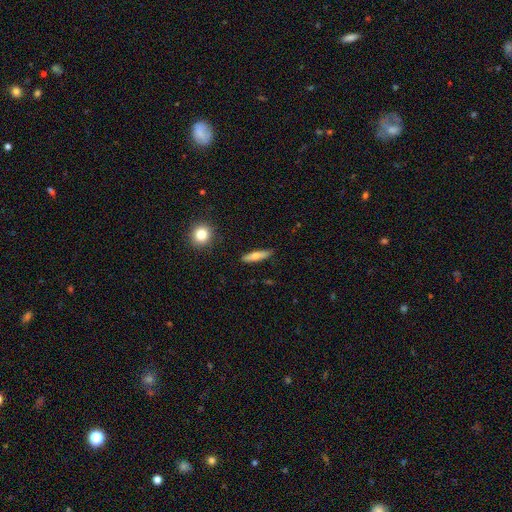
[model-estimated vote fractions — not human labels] A smooth galaxy with no disk features (60%) that is cigar-shaped (74%).

Vote fractions:
- Smooth or featured? smooth: 60% / featured or disk: 33% / star or artifact: 7%
- How rounded? cigar-shaped: 74% / in between: 23% / round: 3%
- Merging? none: 88% / minor disturbance: 9% / major disturbance: 2% / merger: 2%